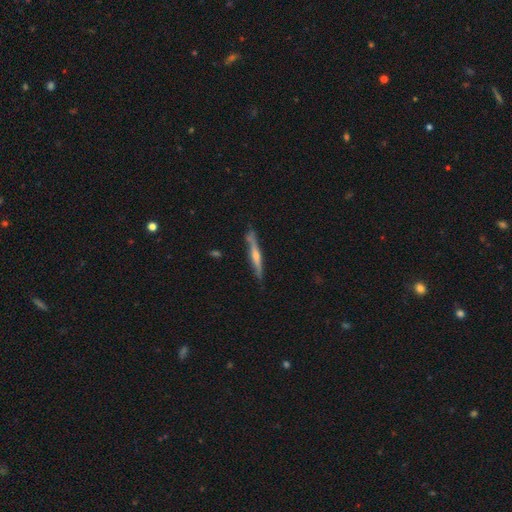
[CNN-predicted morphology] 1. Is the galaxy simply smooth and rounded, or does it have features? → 69% featured or disk, 25% smooth, 6% star or artifact.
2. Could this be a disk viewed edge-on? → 96% yes, 4% no.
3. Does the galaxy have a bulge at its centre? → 80% rounded, 14% none, 6% boxy.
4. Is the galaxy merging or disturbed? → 85% none, 11% minor disturbance, 2% major disturbance, 2% merger.